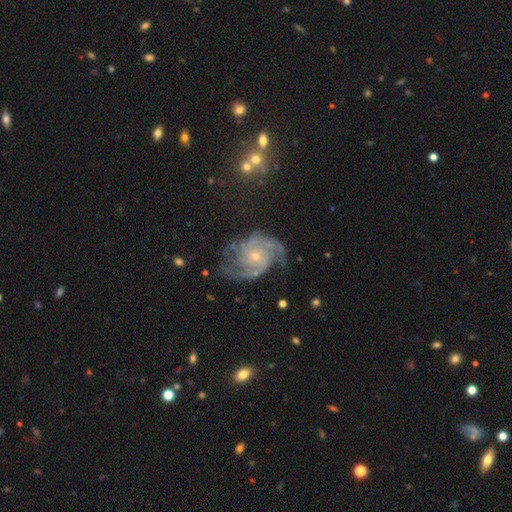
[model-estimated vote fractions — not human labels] Overall: featured or disk (89%). Edge-on disk: no (98%). Bar: no (73%). Spiral arms: yes (97%). Spiral arm count: 2 (40%; 3 28%). Spiral winding: medium (47%; tight 41%). Bulge size: small (70%). Merging: none (64%).